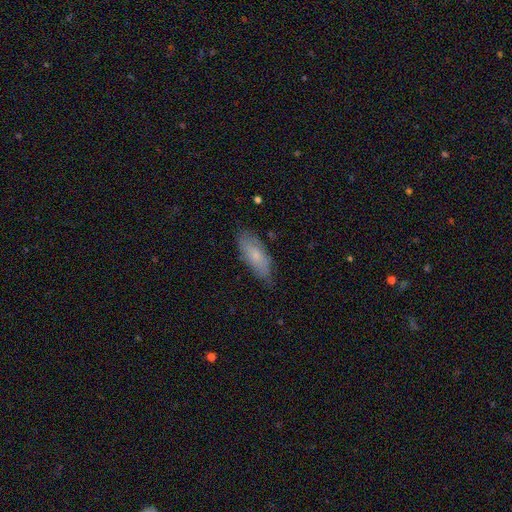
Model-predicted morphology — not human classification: smooth_or_featured: smooth (p=0.67) [alt: featured or disk p=0.27]
how_rounded: in between (p=0.73) [alt: cigar-shaped p=0.25]
merging: none (p=0.71) [alt: minor disturbance p=0.23]